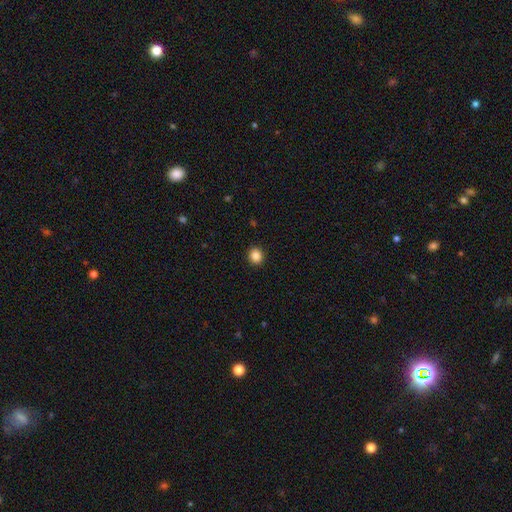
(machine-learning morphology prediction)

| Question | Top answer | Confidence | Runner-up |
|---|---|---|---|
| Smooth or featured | smooth | 86% | star or artifact (10%) |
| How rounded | round | 83% | in between (16%) |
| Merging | none | 92% | minor disturbance (5%) |